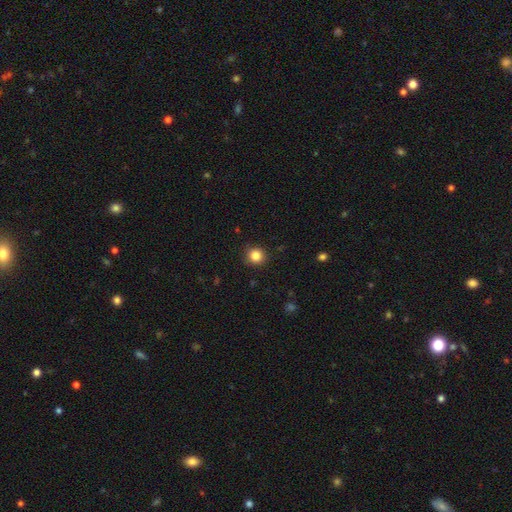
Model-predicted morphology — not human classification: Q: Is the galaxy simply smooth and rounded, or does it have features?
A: smooth — 84%.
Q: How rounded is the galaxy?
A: round — 92%.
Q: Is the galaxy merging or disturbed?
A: none — 90%.